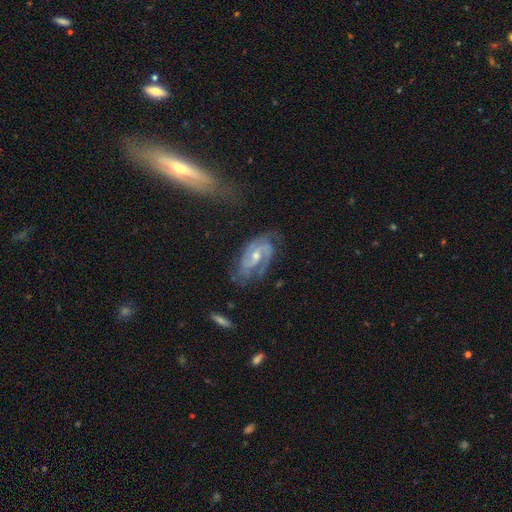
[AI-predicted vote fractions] The model was most divided on "bulge size": small: 51%, moderate: 45%, none: 2%, large: 1%, dominant: 1%. Remaining: spiral arms — yes (96%); edge-on disk — no (95%); smooth or featured — featured or disk (87%); spiral arm count — 2 (68%); merging — none (65%); spiral winding — tight (47%); bar — weak (45%).